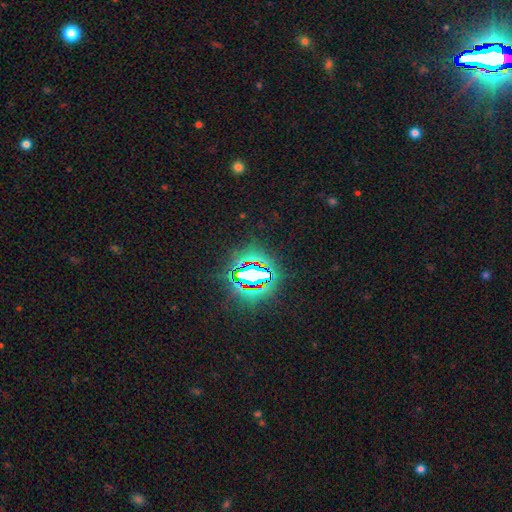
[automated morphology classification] Smooth or featured? Predicted: star or artifact (p=0.82).